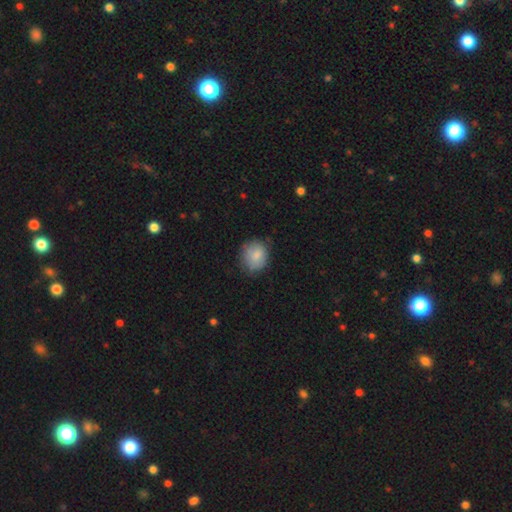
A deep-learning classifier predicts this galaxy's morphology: A smooth galaxy with no disk features (83%) that is round (66%).

Vote fractions:
- Smooth or featured? smooth: 83% / featured or disk: 10% / star or artifact: 7%
- How rounded? round: 66% / in between: 33% / cigar-shaped: 1%
- Merging? none: 72% / minor disturbance: 21% / major disturbance: 5% / merger: 1%